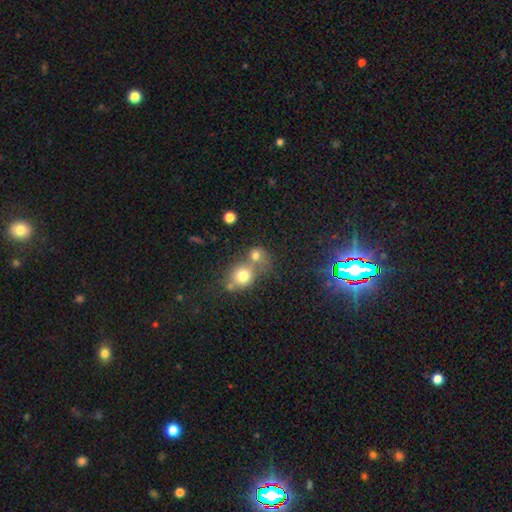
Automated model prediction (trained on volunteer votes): A smooth galaxy with no disk features (74%) that is round (77%).

Vote fractions:
- Smooth or featured? smooth: 74% / star or artifact: 15% / featured or disk: 11%
- How rounded? round: 77% / in between: 22% / cigar-shaped: 1%
- Merging? merger: 49% / none: 38% / minor disturbance: 8% / major disturbance: 5%